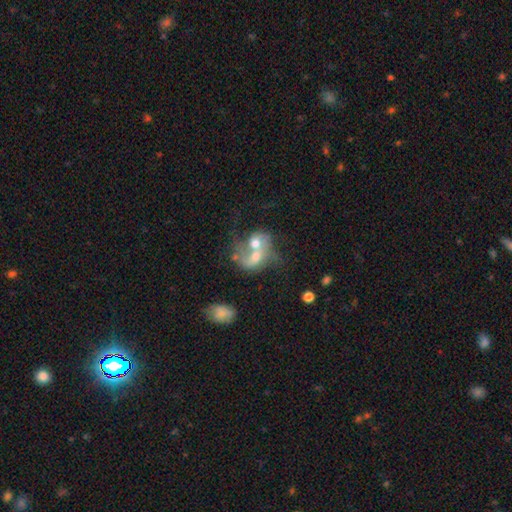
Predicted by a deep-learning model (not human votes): Q: Smooth or featured?
A: featured or disk (53%); runner-up: smooth (37%)
Q: Edge-on disk?
A: no (97%); runner-up: yes (3%)
Q: Bar?
A: no (76%); runner-up: weak (19%)
Q: Spiral arms?
A: yes (50%); tied with: no (50%)
Q: Bulge size?
A: moderate (61%); runner-up: small (20%)
Q: Merging?
A: merger (72%); runner-up: none (12%)